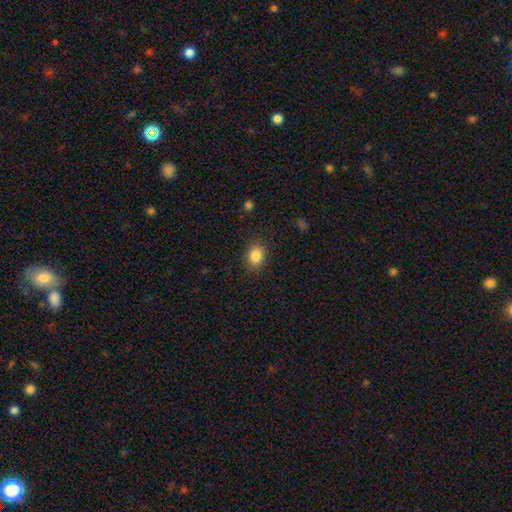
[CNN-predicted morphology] Smooth or featured: smooth — 85% (star or artifact — 10%)
How rounded: in between — 51% (round — 48%)
Merging: none — 86% (minor disturbance — 10%)